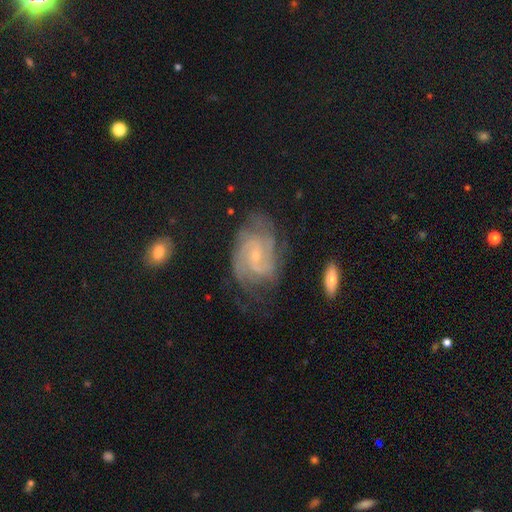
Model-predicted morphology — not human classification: This appears to be a featured or disk galaxy (85%) with no bar (54%), 2 (40%) tight (48%) spiral arms (96%) and a small central bulge (76%). Merging: none (65%).